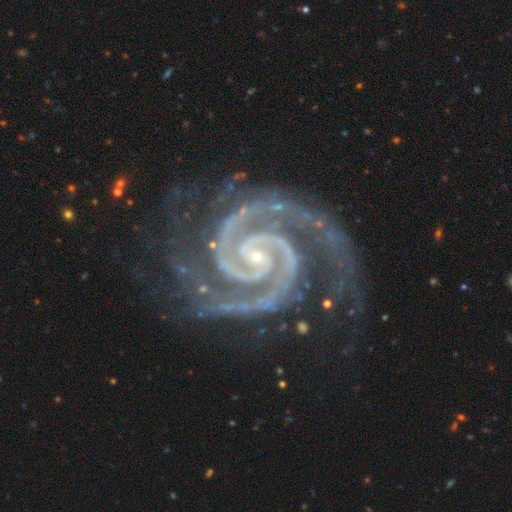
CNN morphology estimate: A featured or disk galaxy (95%) with no bar (53%), 2 (90%) tight (71%) spiral arms (99%) and a small central bulge (83%).

Vote fractions:
- Smooth or featured? featured or disk: 95% / star or artifact: 4% / smooth: 2%
- Edge-on disk? no: 99% / yes: 1%
- Bar? no: 53% / weak: 28% / strong: 19%
- Spiral arms? yes: 99% / no: 1%
- Spiral winding? tight: 71% / medium: 26% / loose: 3%
- Spiral arm count? 2: 90% / 3: 4% / can't tell: 2% / 4: 1% / more than 4: 1% / 1: 1%
- Bulge size? small: 83% / moderate: 12% / none: 3% / large: 1% / dominant: 1%
- Merging? none: 72% / minor disturbance: 18% / major disturbance: 8% / merger: 2%